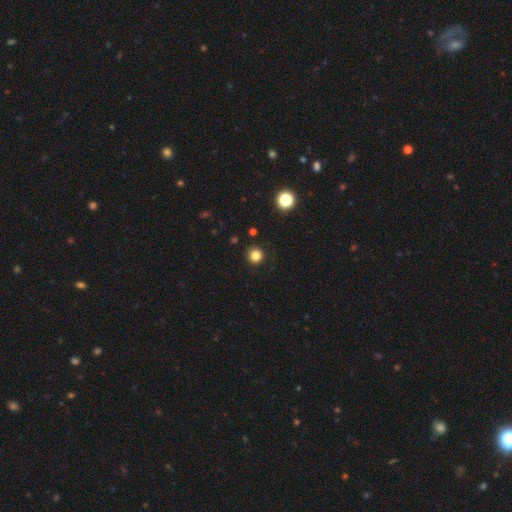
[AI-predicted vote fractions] Smooth or featured: smooth — 83% (star or artifact — 13%)
How rounded: round — 95% (in between — 4%)
Merging: none — 92% (minor disturbance — 5%)